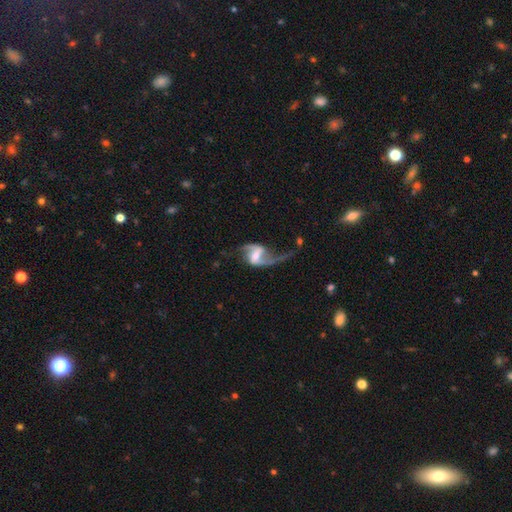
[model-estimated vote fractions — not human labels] Smooth or featured?
  - featured or disk: 87% *
  - smooth: 8%
  - star or artifact: 5%
Edge-on disk?
  - no: 97% *
  - yes: 3%
Bar?
  - weak: 47% *
  - strong: 34%
  - no: 19%
Spiral arms?
  - yes: 94% *
  - no: 6%
Spiral winding?
  - loose: 77% *
  - medium: 18%
  - tight: 4%
Spiral arm count?
  - 2: 84% *
  - 1: 12%
  - can't tell: 2%
  - 3: 1%
  - 4: 1%
  - more than 4: 1%
Bulge size?
  - moderate: 53% *
  - small: 37%
  - large: 6%
  - none: 4%
  - dominant: 1%
Merging?
  - none: 50% *
  - major disturbance: 28%
  - minor disturbance: 17%
  - merger: 5%